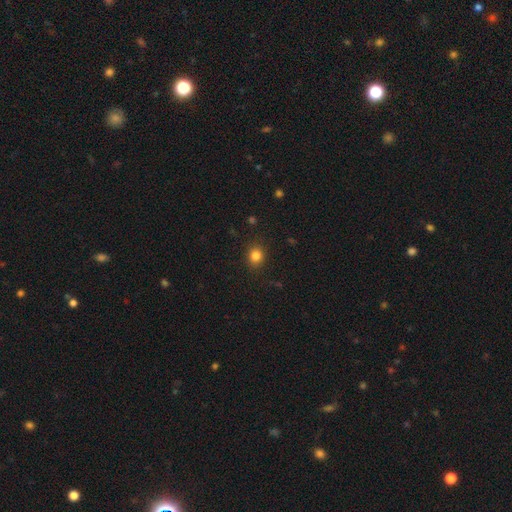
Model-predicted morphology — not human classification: Q: Smooth or featured?
A: smooth (83%); runner-up: star or artifact (12%)
Q: How rounded?
A: round (71%); runner-up: in between (28%)
Q: Merging?
A: none (89%); runner-up: minor disturbance (8%)